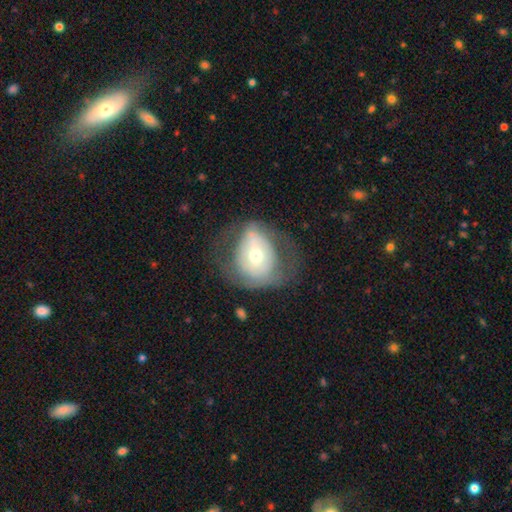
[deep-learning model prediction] This is possibly a featured or disk galaxy (52%). It is clearly not viewed edge-on (94%). Merging: possibly none (46%).